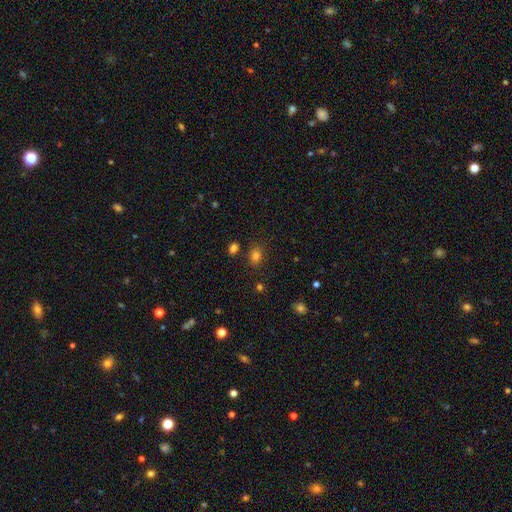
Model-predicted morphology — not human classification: Smooth or featured? smooth (81%)
How rounded? in between (61%)
Merging? none (80%)